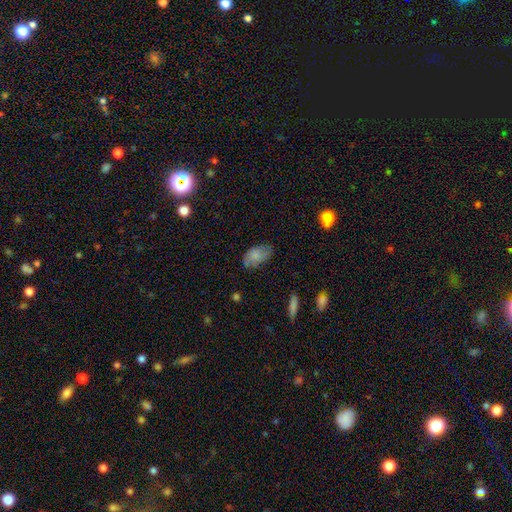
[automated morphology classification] The model was most divided on "merging": none: 68%, minor disturbance: 24%, major disturbance: 6%, merger: 2%. More confident: how rounded — in between (93%); smooth or featured — smooth (78%).